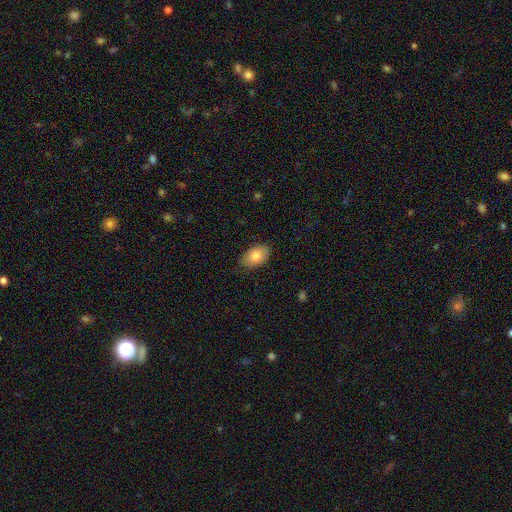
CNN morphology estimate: A smooth galaxy with no disk features (83%) that is in between round and cigar-shaped (90%). Merging: none (79%).